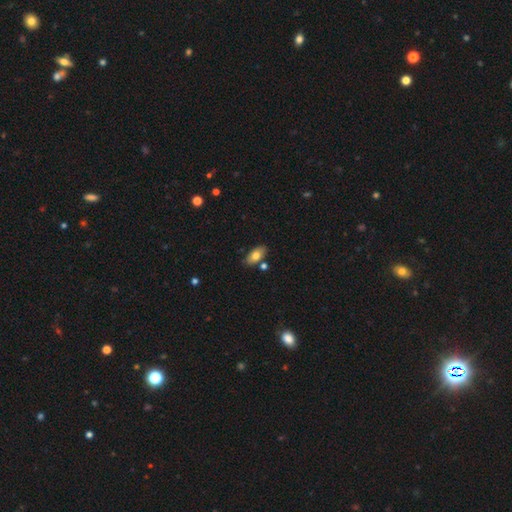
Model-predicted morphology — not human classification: type=smooth (76%); roundness=in between (91%); merging=none (78%).